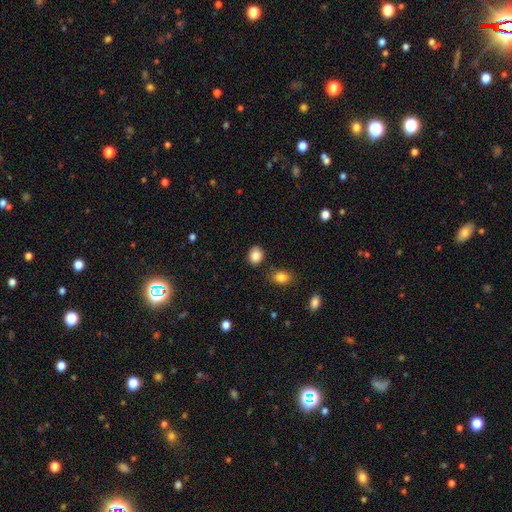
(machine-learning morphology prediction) This appears to be a smooth galaxy with no disk features (86%) that is round (61%). Merging: none (84%).